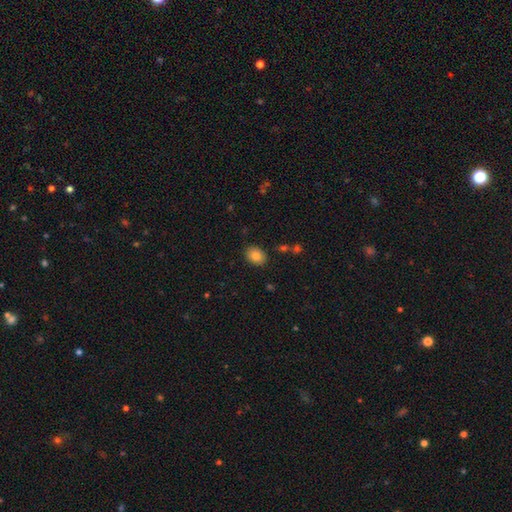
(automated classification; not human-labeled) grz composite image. It shows a smooth galaxy with no disk features (85%) that is in between round and cigar-shaped (65%). Merging: none (87%).